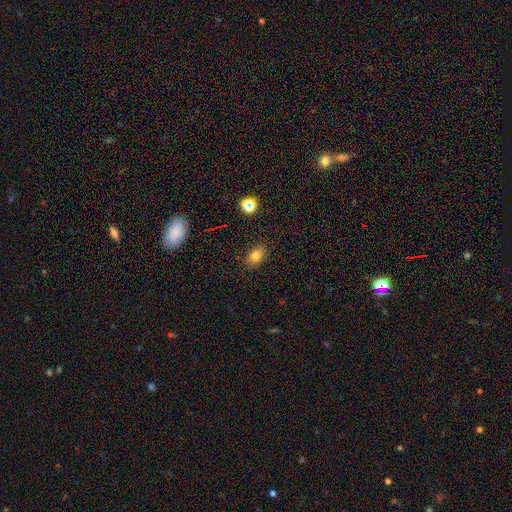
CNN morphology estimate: This appears to be a smooth galaxy with no disk features (77%) that is in between round and cigar-shaped (77%). Merging: none (86%).